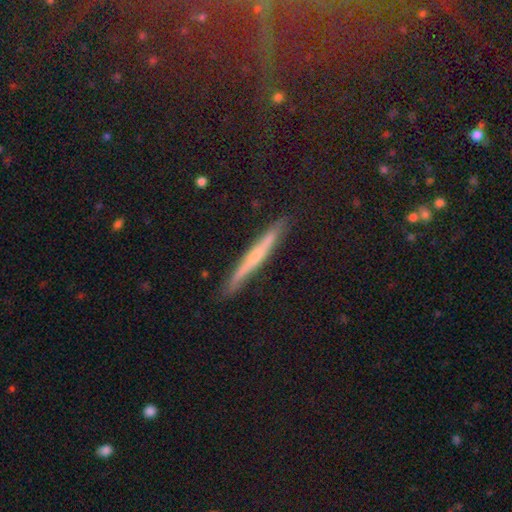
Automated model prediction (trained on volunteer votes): Overall: featured or disk (51%; smooth 35%). Edge-on disk: yes (94%). Merging: none (88%).